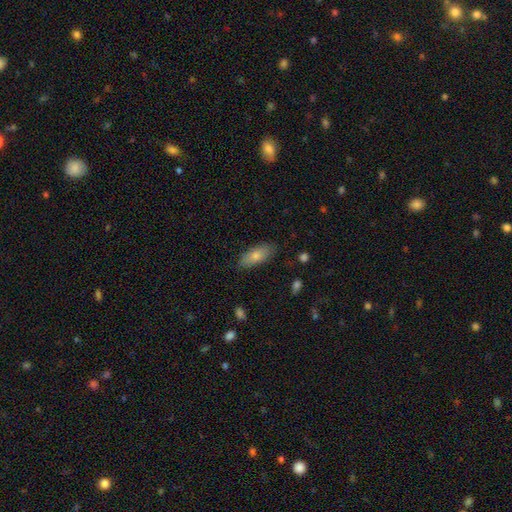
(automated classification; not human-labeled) Morphology: type=smooth (77%); roundness=in between (80%); merging=none (84%).